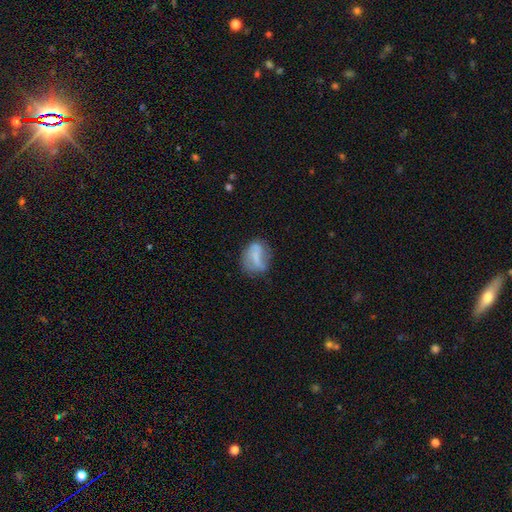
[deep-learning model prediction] Q: Smooth or featured?
A: featured or disk (48%); runner-up: smooth (43%)
Q: Merging?
A: none (50%); runner-up: minor disturbance (27%)